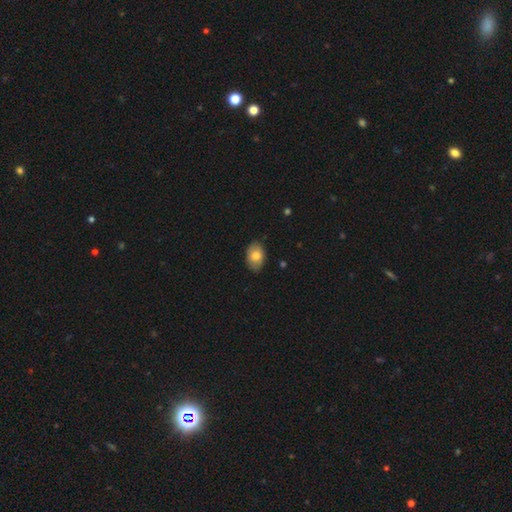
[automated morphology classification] Smooth or featured? smooth (80%)
How rounded? in between (84%)
Merging? none (81%)